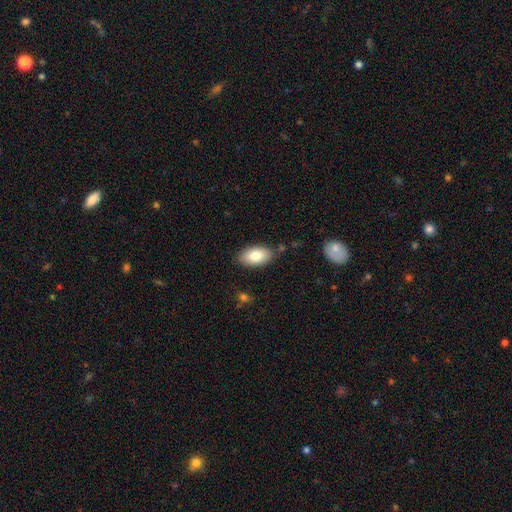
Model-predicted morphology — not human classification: Smooth or featured? smooth (82%)
How rounded? in between (94%)
Merging? none (84%)